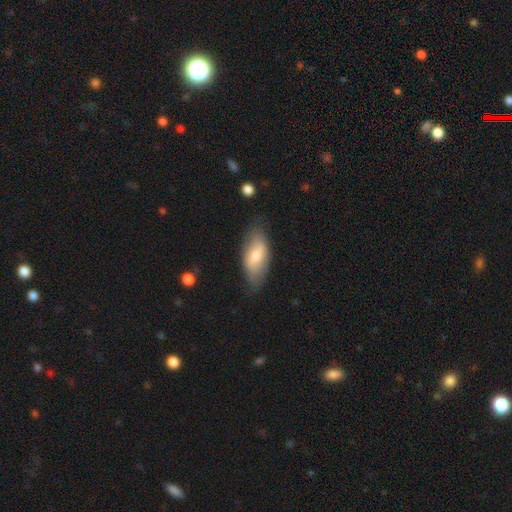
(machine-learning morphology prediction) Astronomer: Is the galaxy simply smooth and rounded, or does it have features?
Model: smooth — 62%.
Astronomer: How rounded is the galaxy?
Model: in between — 87%.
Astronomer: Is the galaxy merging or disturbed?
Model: none — 76%.